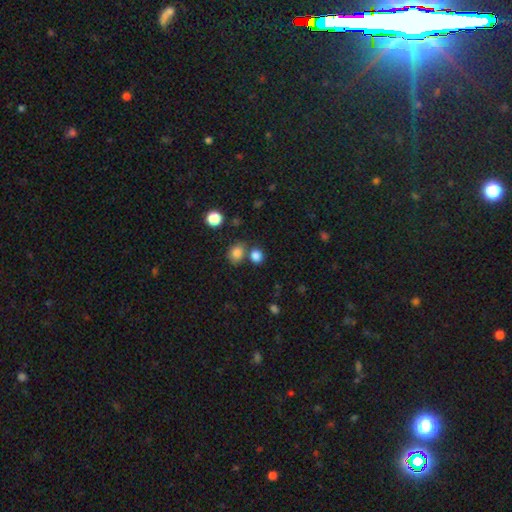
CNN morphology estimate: Smooth or featured?
  - smooth: 82% *
  - star or artifact: 13%
  - featured or disk: 5%
How rounded?
  - round: 72% *
  - in between: 27%
  - cigar-shaped: 1%
Merging?
  - none: 65% *
  - merger: 22%
  - minor disturbance: 10%
  - major disturbance: 4%